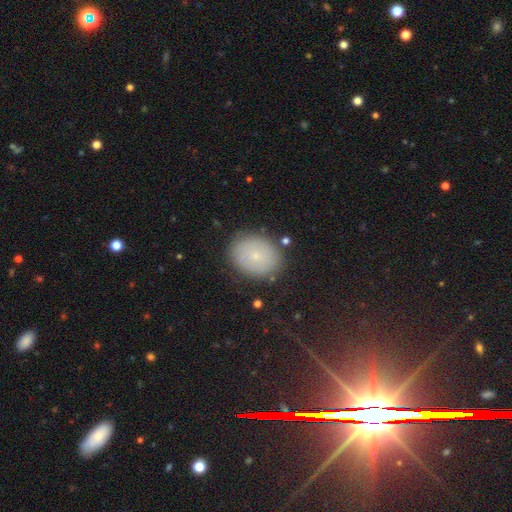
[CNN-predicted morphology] Smooth or featured? smooth (71%)
How rounded? in between (55%)
Merging? none (84%)